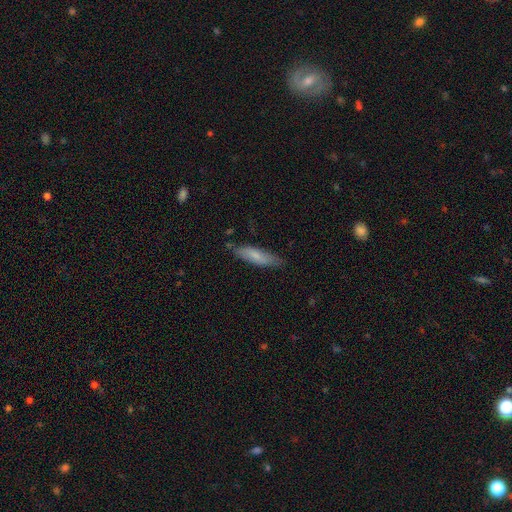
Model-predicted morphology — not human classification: smooth-or-featured: smooth: 74% | featured or disk: 20% | star or artifact: 6%
  how-rounded: cigar-shaped: 64% | in between: 35% | round: 2%
  merging: none: 77% | minor disturbance: 18% | major disturbance: 3% | merger: 2%